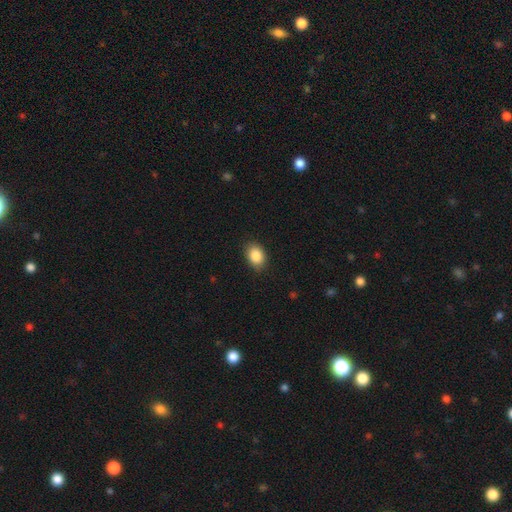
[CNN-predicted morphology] Smooth or featured: smooth — 88% (star or artifact — 8%)
How rounded: in between — 76% (round — 23%)
Merging: none — 87% (minor disturbance — 10%)